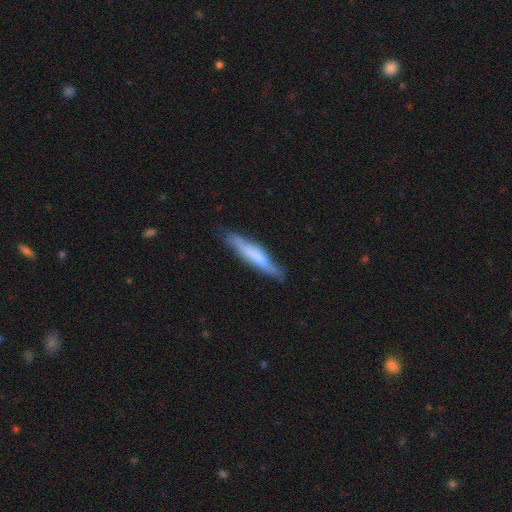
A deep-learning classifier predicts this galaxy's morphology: Smooth or featured: smooth — 55% (featured or disk — 39%)
How rounded: cigar-shaped — 89% (in between — 10%)
Merging: none — 74% (minor disturbance — 20%)